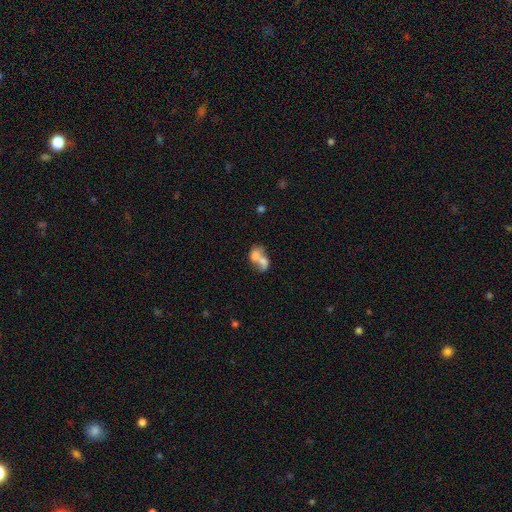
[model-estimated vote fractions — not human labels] This is likely a smooth galaxy (63%). How rounded: likely in between (70%). Merging: likely merger (73%).